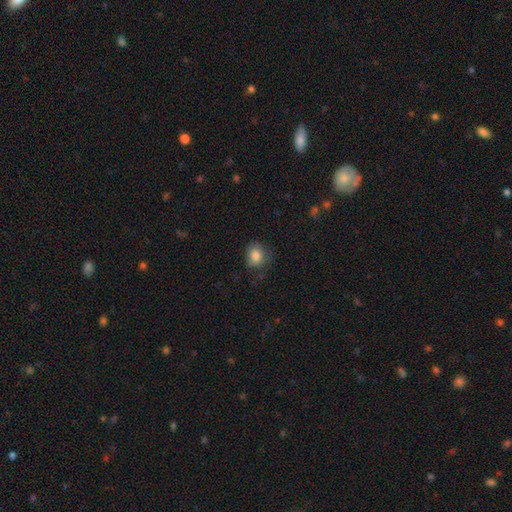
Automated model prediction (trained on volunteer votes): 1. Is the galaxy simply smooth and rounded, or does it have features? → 84% smooth, 9% star or artifact, 7% featured or disk.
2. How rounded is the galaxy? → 56% round, 43% in between, 1% cigar-shaped.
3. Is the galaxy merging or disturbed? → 69% none, 23% minor disturbance, 7% major disturbance, 1% merger.